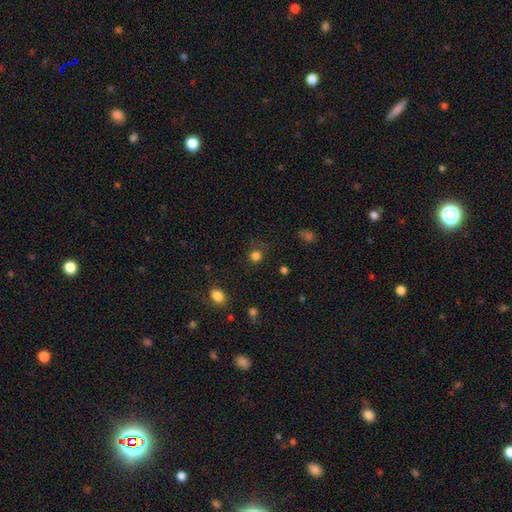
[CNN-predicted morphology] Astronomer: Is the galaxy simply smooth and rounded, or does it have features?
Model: smooth — 78%.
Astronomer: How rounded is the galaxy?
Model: round — 89%.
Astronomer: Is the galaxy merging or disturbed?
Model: none — 78%.